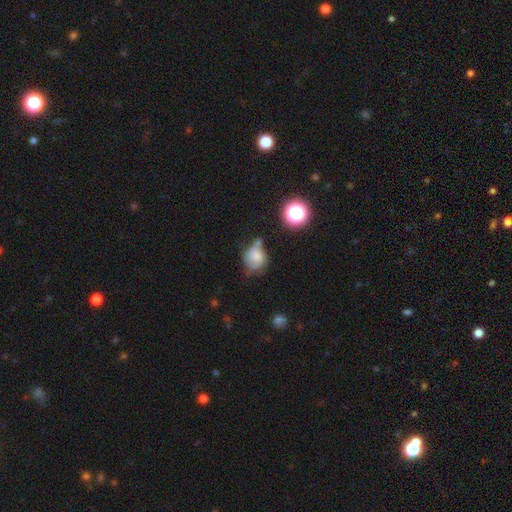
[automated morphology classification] Smooth or featured? Predicted: smooth (p=0.63). How rounded? Predicted: round (p=0.59). Merging? Predicted: minor disturbance (p=0.32).